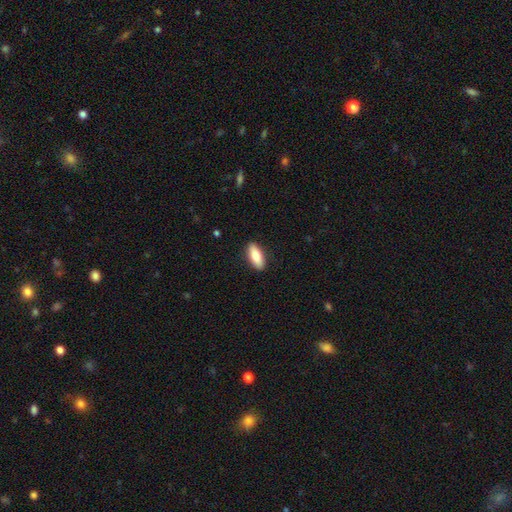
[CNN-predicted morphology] type=smooth (79%); roundness=in between (77%); merging=none (89%).